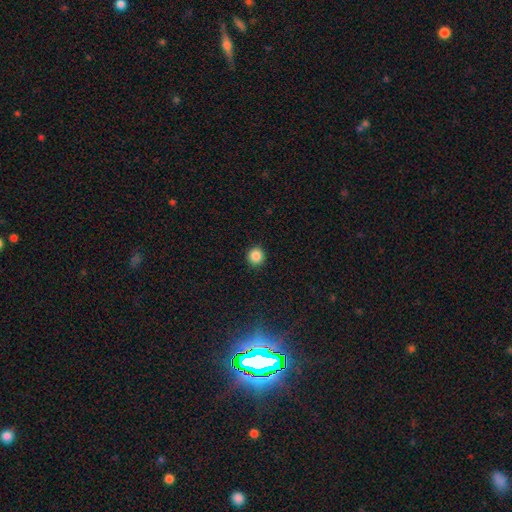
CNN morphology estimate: smooth 86%, star or artifact 11%, featured or disk 3%. Down the decision tree: how rounded — round (94%); merging — none (92%).